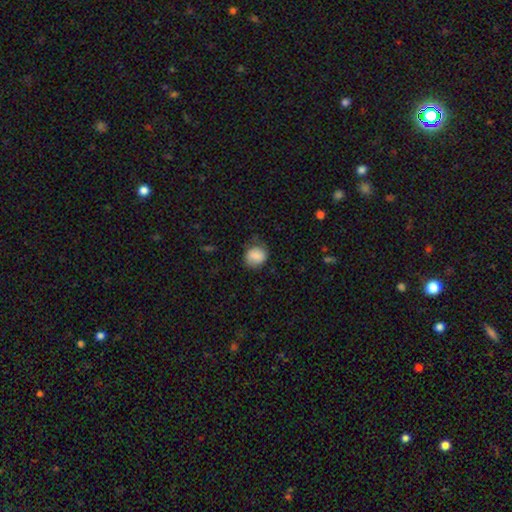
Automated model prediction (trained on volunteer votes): Smooth or featured? smooth (84%)
How rounded? round (74%)
Merging? none (68%)